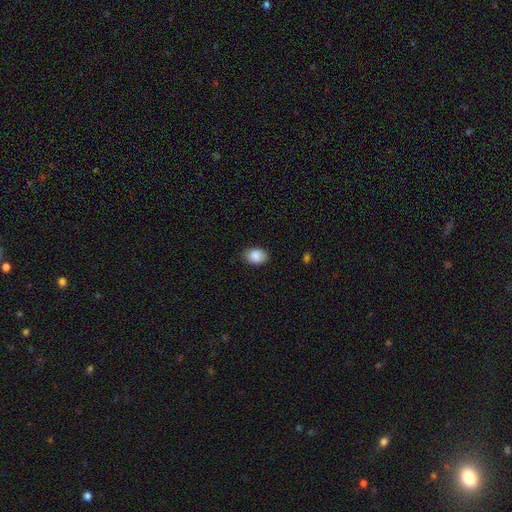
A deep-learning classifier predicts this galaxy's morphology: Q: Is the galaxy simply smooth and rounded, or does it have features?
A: smooth — 88%.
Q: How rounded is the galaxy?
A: in between — 75%.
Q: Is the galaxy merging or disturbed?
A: none — 80%.